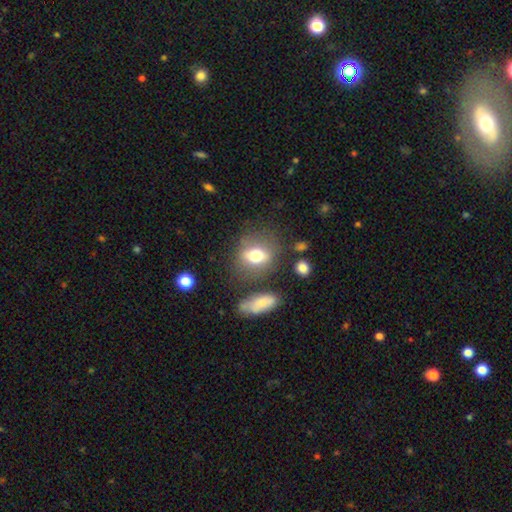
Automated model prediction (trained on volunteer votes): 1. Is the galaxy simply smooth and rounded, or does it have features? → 64% smooth, 26% featured or disk, 10% star or artifact.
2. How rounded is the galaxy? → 55% in between, 41% round, 4% cigar-shaped.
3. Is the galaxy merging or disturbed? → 68% none, 17% minor disturbance, 8% major disturbance, 7% merger.